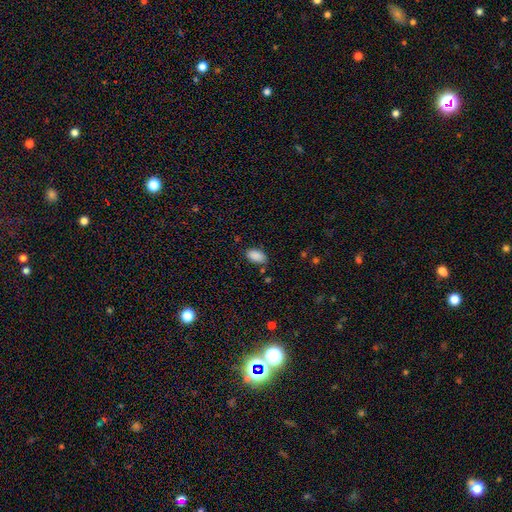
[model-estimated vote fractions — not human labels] smooth_or_featured: smooth (p=0.88) [alt: star or artifact p=0.08]
how_rounded: in between (p=0.94) [alt: round p=0.05]
merging: none (p=0.77) [alt: minor disturbance p=0.16]